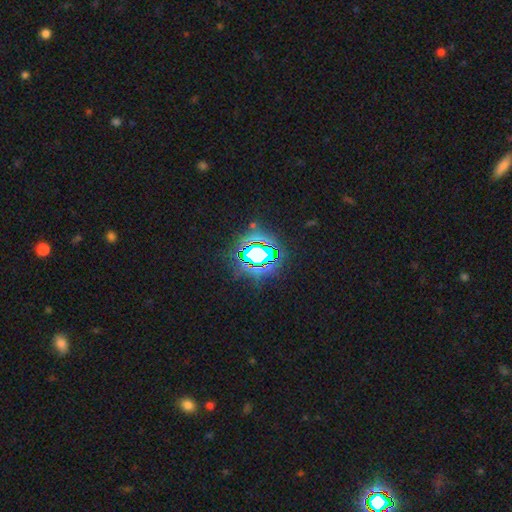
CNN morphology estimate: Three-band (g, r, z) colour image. It shows a star or artifact, not a galaxy (81%).